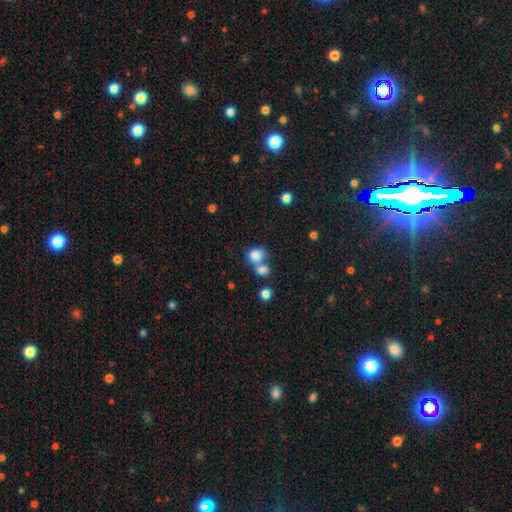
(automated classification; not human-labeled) Smooth or featured? Predicted: smooth (p=0.80). How rounded? Predicted: round (p=0.60). Merging? Predicted: merger (p=0.50).